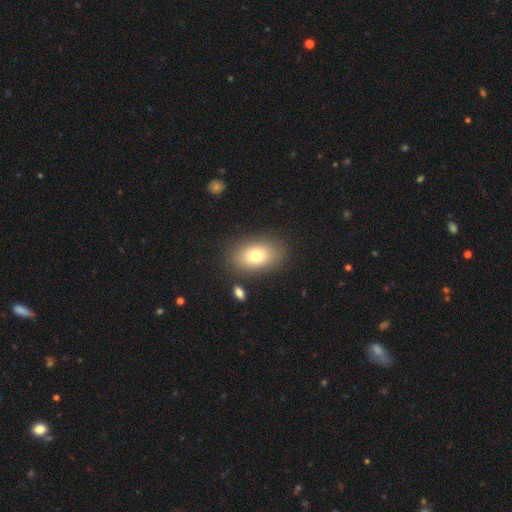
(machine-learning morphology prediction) This appears to be a smooth galaxy with no disk features (77%) that is in between round and cigar-shaped (86%). Merging: none (83%).